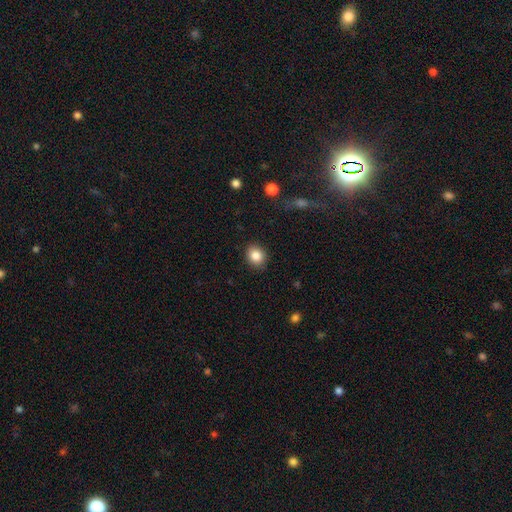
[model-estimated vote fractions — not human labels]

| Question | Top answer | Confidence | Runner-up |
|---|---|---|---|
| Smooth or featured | smooth | 85% | star or artifact (9%) |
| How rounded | round | 63% | in between (36%) |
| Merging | none | 87% | minor disturbance (10%) |